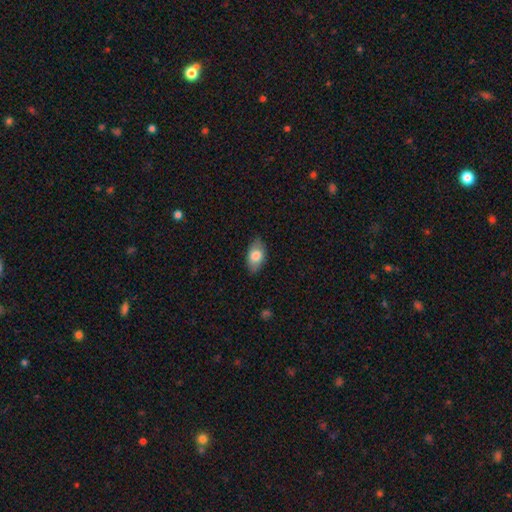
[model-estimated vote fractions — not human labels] smooth_or_featured: smooth (p=0.78) [alt: featured or disk p=0.16]
how_rounded: in between (p=0.91) [alt: round p=0.07]
merging: none (p=0.82) [alt: minor disturbance p=0.14]